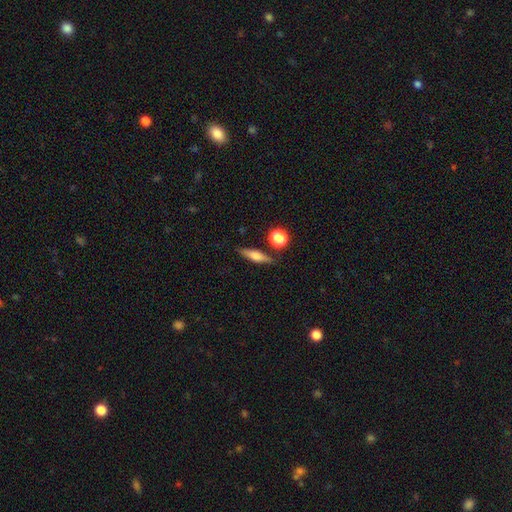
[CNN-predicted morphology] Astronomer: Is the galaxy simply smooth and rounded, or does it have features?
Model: smooth — 54% (runner-up: featured or disk, 38%).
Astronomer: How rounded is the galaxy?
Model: cigar-shaped — 66%.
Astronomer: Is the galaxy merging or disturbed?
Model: none — 81%.